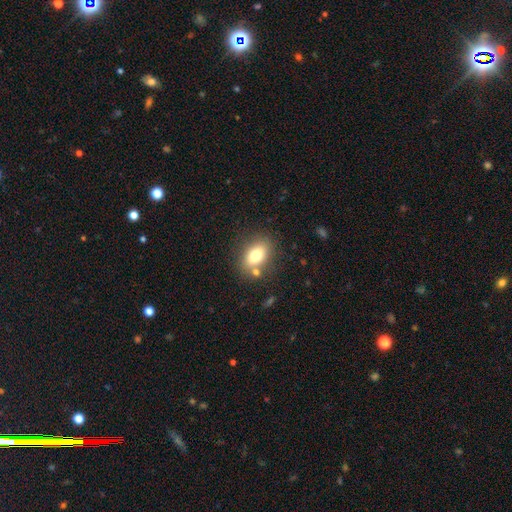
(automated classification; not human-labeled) Smooth or featured?
  - smooth: 77% *
  - featured or disk: 14%
  - star or artifact: 9%
How rounded?
  - in between: 82% *
  - round: 16%
  - cigar-shaped: 3%
Merging?
  - none: 73% *
  - minor disturbance: 13%
  - merger: 10%
  - major disturbance: 4%